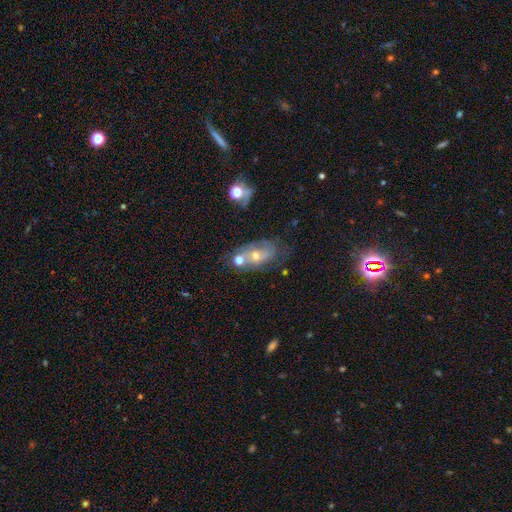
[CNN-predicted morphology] smooth-or-featured: featured or disk: 51% | smooth: 35% | star or artifact: 14%
  disk-edge-on: no: 89% | yes: 11%
  merging: none: 46% | minor disturbance: 22% | merger: 20% | major disturbance: 12%